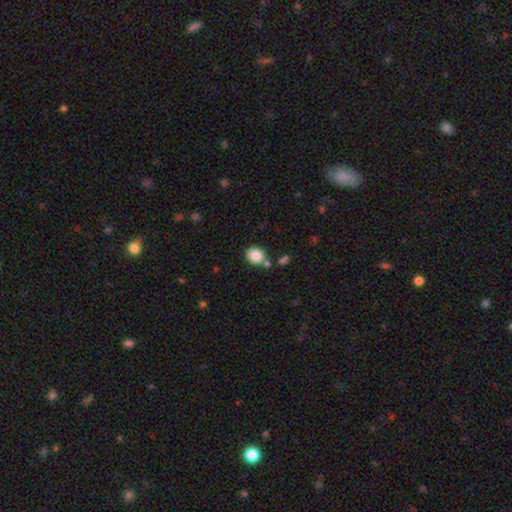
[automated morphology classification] type=smooth (85%); roundness=round (67%); merging=none (71%).